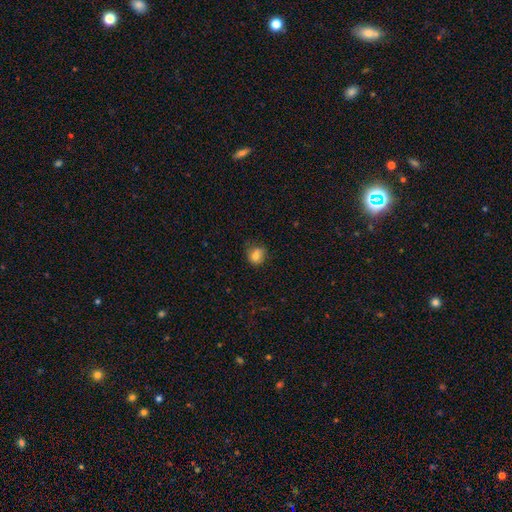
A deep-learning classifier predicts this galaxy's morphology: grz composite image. It shows a smooth galaxy with no disk features (77%) that is round (75%). Merging: none (61%).